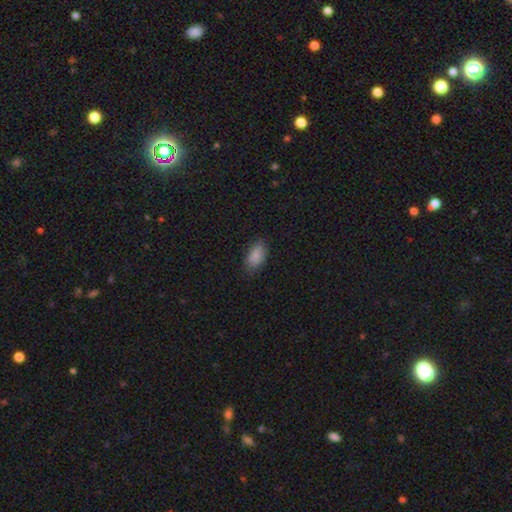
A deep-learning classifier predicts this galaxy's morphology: Overall: smooth (86%). How rounded: in between (92%). Merging: none (77%).